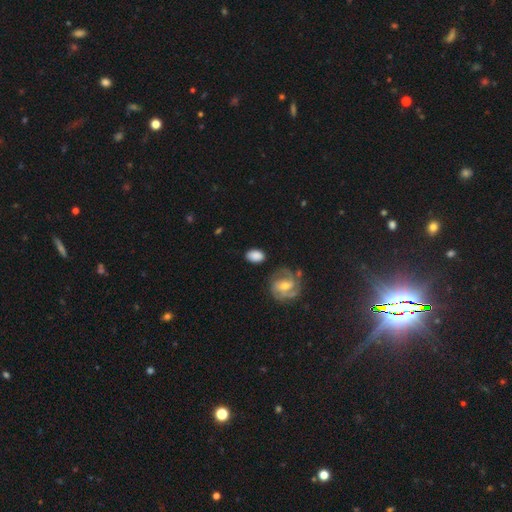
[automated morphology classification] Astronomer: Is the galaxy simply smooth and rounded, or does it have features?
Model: smooth — 76%.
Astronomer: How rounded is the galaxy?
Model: in between — 83%.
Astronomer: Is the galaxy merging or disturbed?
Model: none — 73%.